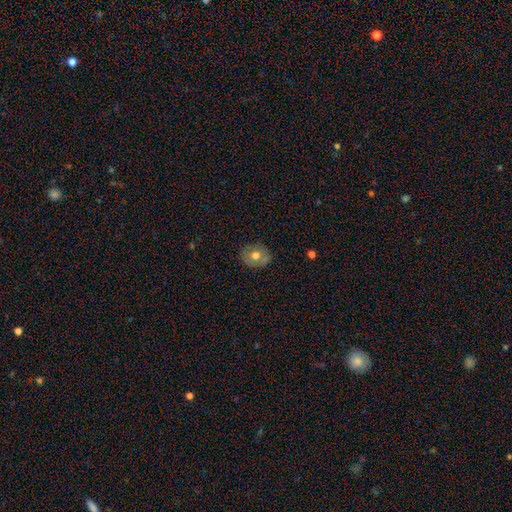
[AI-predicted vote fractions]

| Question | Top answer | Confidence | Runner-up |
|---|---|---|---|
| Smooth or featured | smooth | 65% | featured or disk (26%) |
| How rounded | round | 62% | in between (37%) |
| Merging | none | 76% | minor disturbance (17%) |